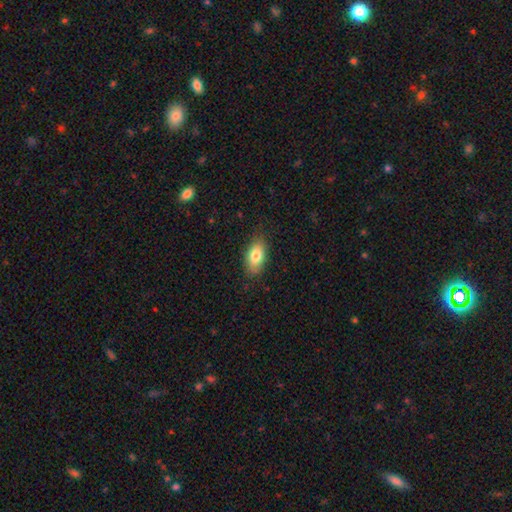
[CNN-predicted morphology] The model was most divided on "merging": none: 82%, minor disturbance: 14%, major disturbance: 3%, merger: 1%. More confident: how rounded — in between (89%); smooth or featured — smooth (80%).